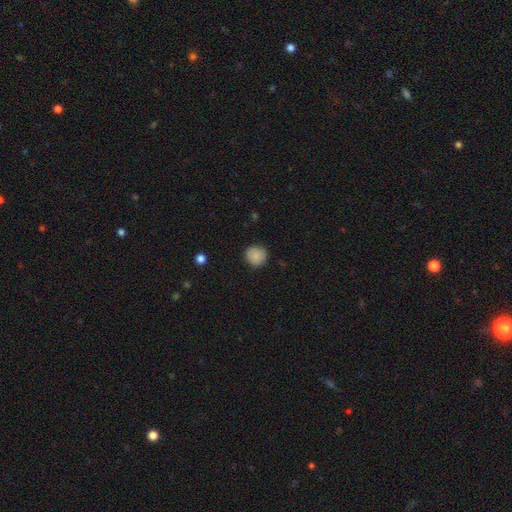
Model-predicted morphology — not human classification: This is clearly a smooth galaxy (86%). How rounded: clearly round (90%). Merging: clearly none (86%).